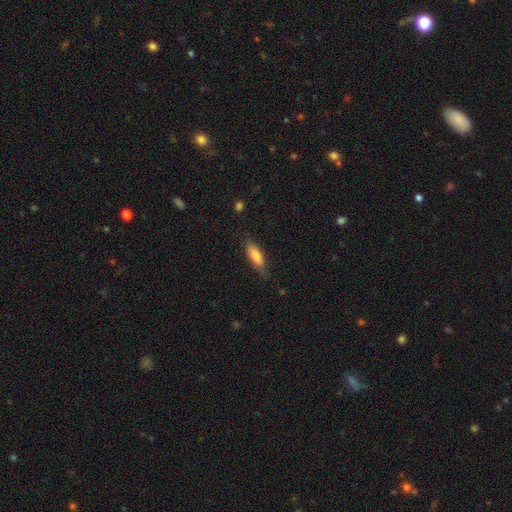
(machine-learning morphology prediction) Smooth or featured?
  - smooth: 77% *
  - featured or disk: 17%
  - star or artifact: 6%
How rounded?
  - in between: 59% *
  - cigar-shaped: 39%
  - round: 2%
Merging?
  - none: 72% *
  - minor disturbance: 22%
  - major disturbance: 5%
  - merger: 1%